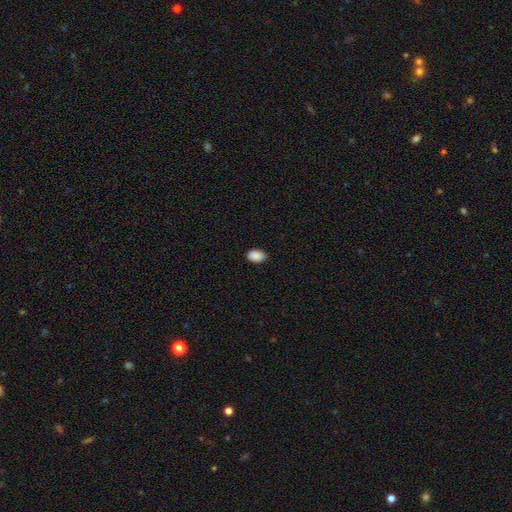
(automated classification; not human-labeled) smooth-or-featured: smooth: 90% | star or artifact: 8% | featured or disk: 3%
  how-rounded: in between: 87% | round: 12% | cigar-shaped: 1%
  merging: none: 86% | minor disturbance: 12% | major disturbance: 2% | merger: 1%